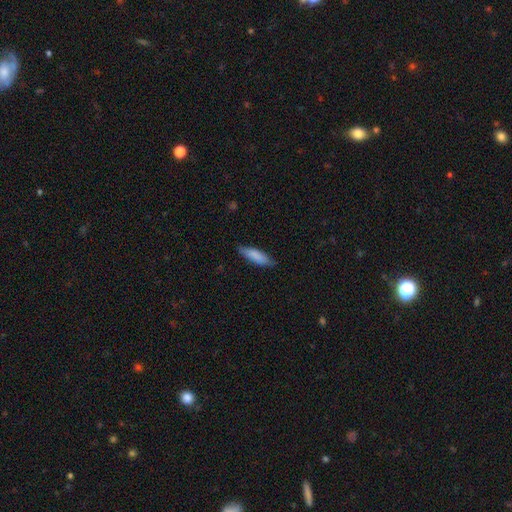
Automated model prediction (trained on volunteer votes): Smooth or featured?
  - smooth: 84% *
  - featured or disk: 11%
  - star or artifact: 6%
How rounded?
  - cigar-shaped: 57% *
  - in between: 41%
  - round: 1%
Merging?
  - none: 79% *
  - minor disturbance: 17%
  - major disturbance: 3%
  - merger: 1%